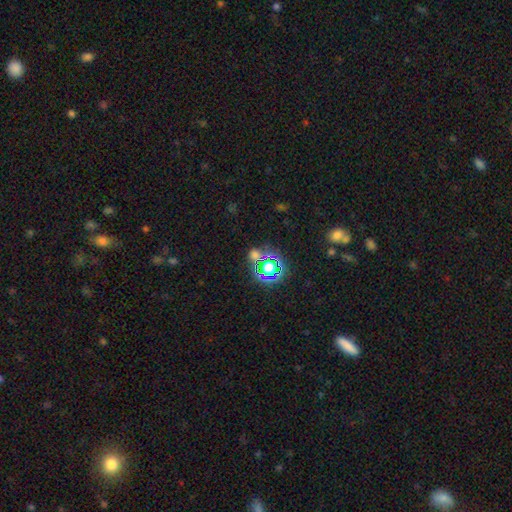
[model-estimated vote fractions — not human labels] Q: Smooth or featured?
A: star or artifact (54%); runner-up: smooth (36%)